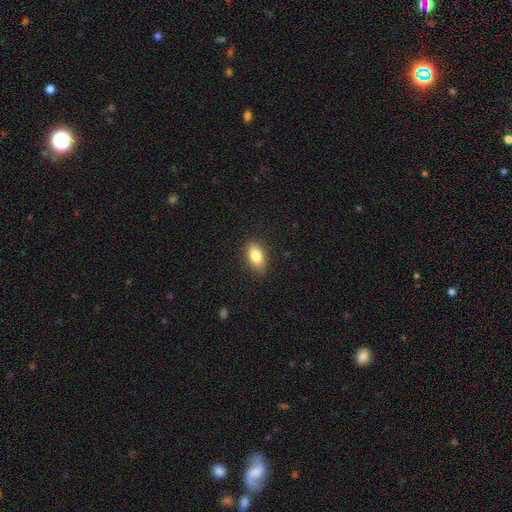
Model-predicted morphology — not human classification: Smooth or featured?
  - smooth: 84% *
  - featured or disk: 9%
  - star or artifact: 8%
How rounded?
  - in between: 89% *
  - round: 7%
  - cigar-shaped: 5%
Merging?
  - none: 85% *
  - minor disturbance: 12%
  - major disturbance: 3%
  - merger: 1%